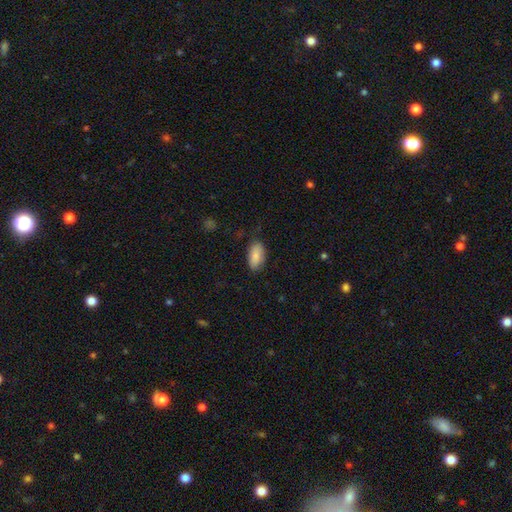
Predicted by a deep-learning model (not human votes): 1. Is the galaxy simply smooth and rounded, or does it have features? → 87% smooth, 7% featured or disk, 6% star or artifact.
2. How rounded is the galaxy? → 92% in between, 5% cigar-shaped, 2% round.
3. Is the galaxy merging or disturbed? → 82% none, 14% minor disturbance, 3% major disturbance, 1% merger.